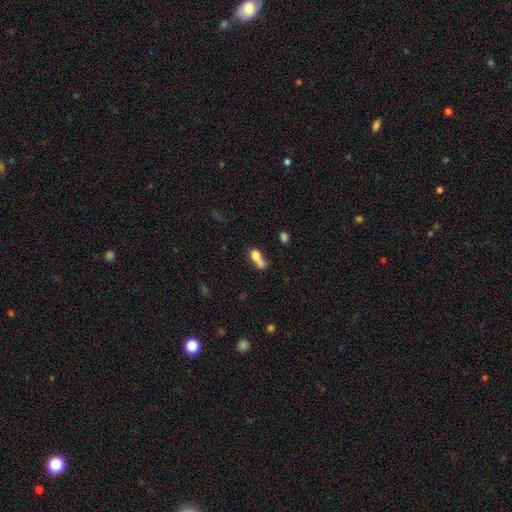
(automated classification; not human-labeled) smooth 73%, featured or disk 17%, star or artifact 11%. Down the decision tree: how rounded — in between (59%); merging — merger (63%).